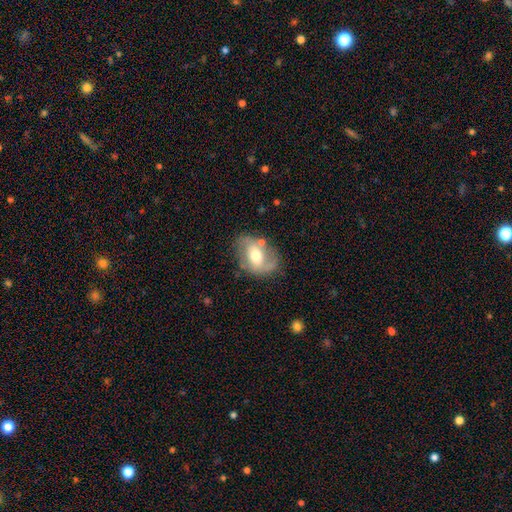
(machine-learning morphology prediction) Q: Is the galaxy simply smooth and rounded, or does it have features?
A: featured or disk — 64%.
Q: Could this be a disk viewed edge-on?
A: no — 96%.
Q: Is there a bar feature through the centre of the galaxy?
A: no — 42%.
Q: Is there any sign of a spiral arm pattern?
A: yes — 77%.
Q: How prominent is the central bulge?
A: moderate — 68%.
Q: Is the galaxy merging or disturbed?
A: none — 65%.